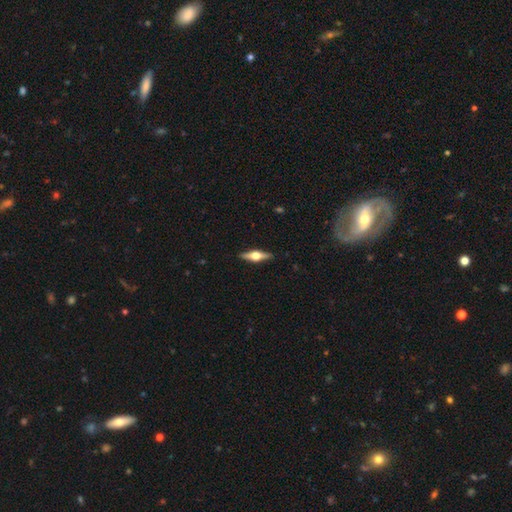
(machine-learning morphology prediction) smooth_or_featured: featured or disk (p=0.72) [alt: smooth p=0.23]
disk_edge_on: yes (p=0.97) [alt: no p=0.03]
edge_on_bulge: rounded (p=0.95) [alt: boxy p=0.04]
merging: none (p=0.90) [alt: minor disturbance p=0.07]